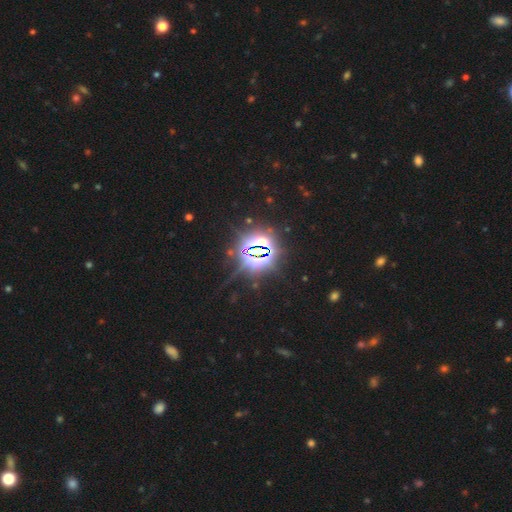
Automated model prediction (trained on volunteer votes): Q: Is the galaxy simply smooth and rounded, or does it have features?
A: star or artifact — 83%.